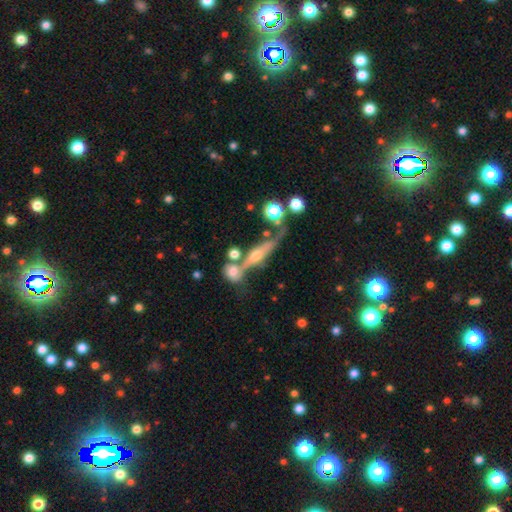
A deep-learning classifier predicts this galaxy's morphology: This is likely a featured or disk galaxy (70%). It is clearly viewed edge-on (81%). Edge-on bulge: clearly rounded (87%). Merging: possibly none (48%).